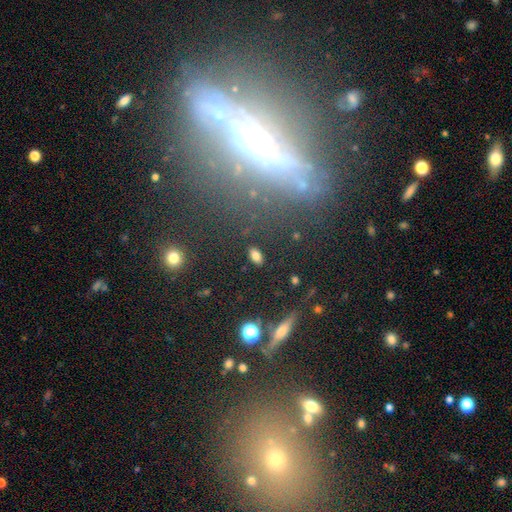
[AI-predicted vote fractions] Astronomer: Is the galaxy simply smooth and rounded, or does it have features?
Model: smooth — 80%.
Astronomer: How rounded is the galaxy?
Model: in between — 90%.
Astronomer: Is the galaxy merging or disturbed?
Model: none — 88%.